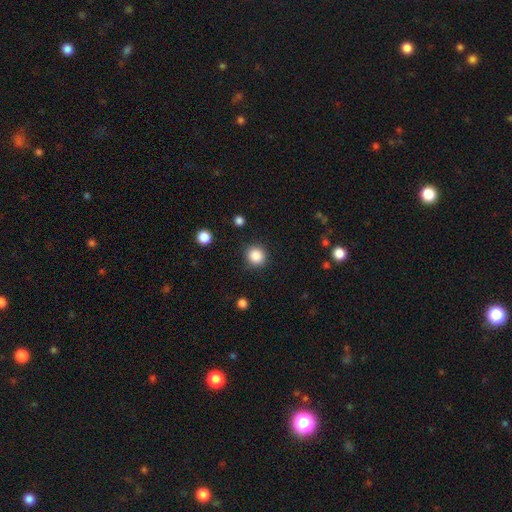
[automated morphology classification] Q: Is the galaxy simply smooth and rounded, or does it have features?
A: smooth — 86%.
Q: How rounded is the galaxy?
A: round — 89%.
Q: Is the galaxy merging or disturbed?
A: none — 88%.